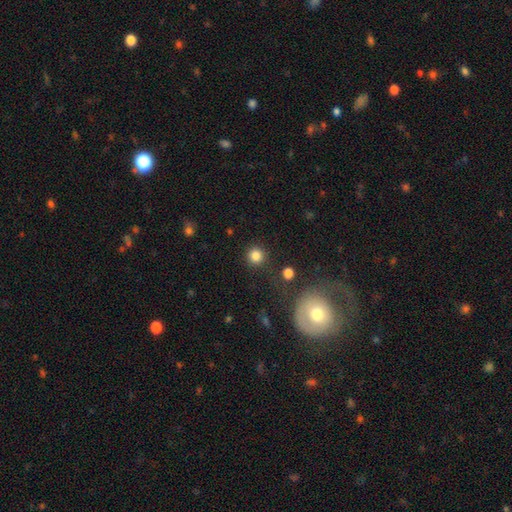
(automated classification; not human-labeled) Q: Smooth or featured?
A: smooth (83%); runner-up: star or artifact (12%)
Q: How rounded?
A: round (93%); runner-up: in between (6%)
Q: Merging?
A: none (89%); runner-up: minor disturbance (6%)